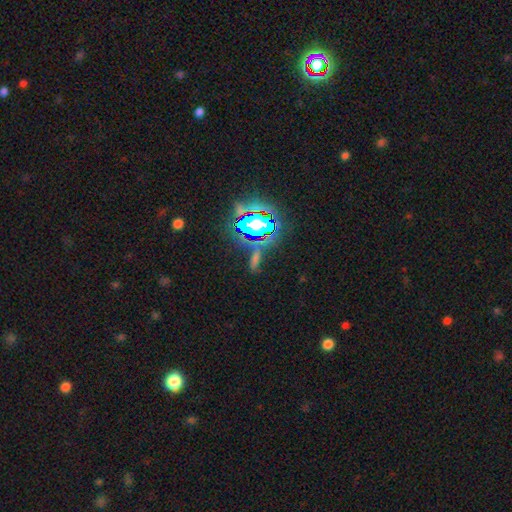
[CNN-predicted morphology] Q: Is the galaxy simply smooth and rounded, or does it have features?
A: star or artifact — 62%.